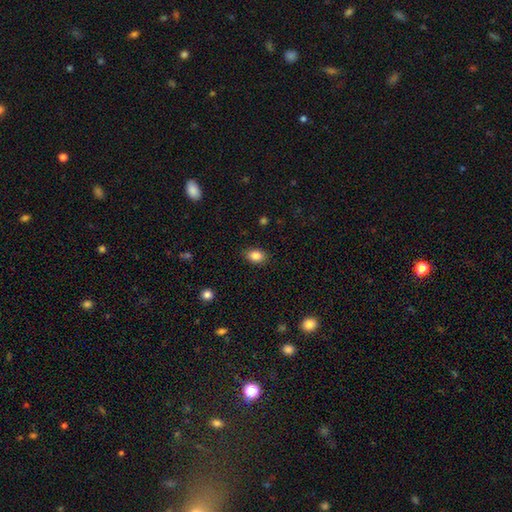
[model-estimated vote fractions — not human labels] smooth-or-featured: smooth: 85% | star or artifact: 9% | featured or disk: 6%
  how-rounded: in between: 76% | round: 23% | cigar-shaped: 1%
  merging: none: 85% | minor disturbance: 11% | major disturbance: 2% | merger: 1%